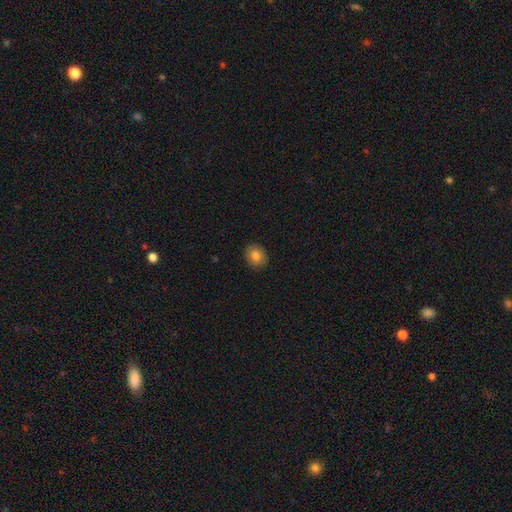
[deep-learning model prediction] A smooth galaxy with no disk features (83%) that is round (61%).

Vote fractions:
- Smooth or featured? smooth: 83% / star or artifact: 9% / featured or disk: 8%
- How rounded? round: 61% / in between: 38% / cigar-shaped: 1%
- Merging? none: 90% / minor disturbance: 8% / major disturbance: 2% / merger: 1%